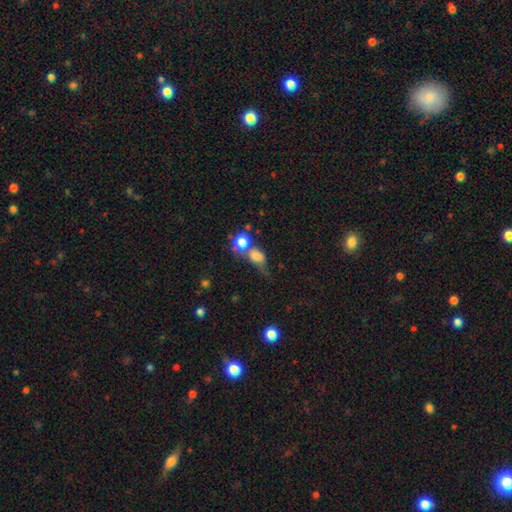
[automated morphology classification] smooth 72%, featured or disk 15%, star or artifact 13%. Down the decision tree: how rounded — in between (49%); merging — merger (46%).